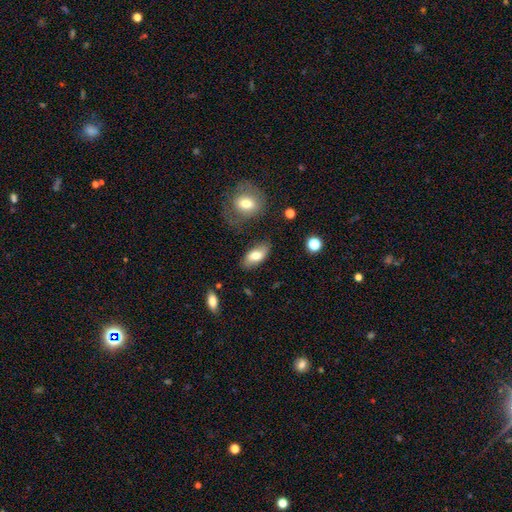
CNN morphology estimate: type=smooth (72%); roundness=in between (90%); merging=none (79%).